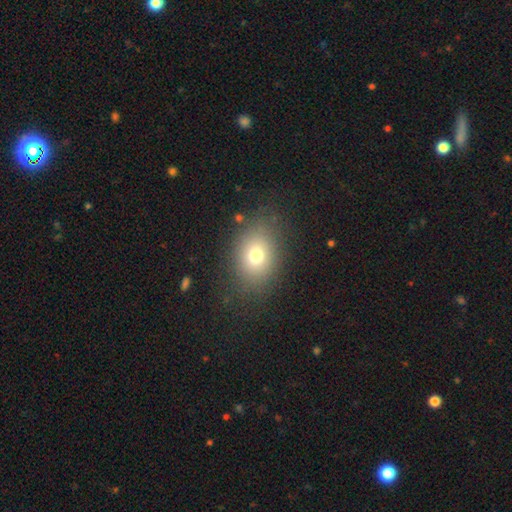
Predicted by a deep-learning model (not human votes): smooth 74%, star or artifact 14%, featured or disk 13%. Down the decision tree: how rounded — in between (61%); merging — none (81%).